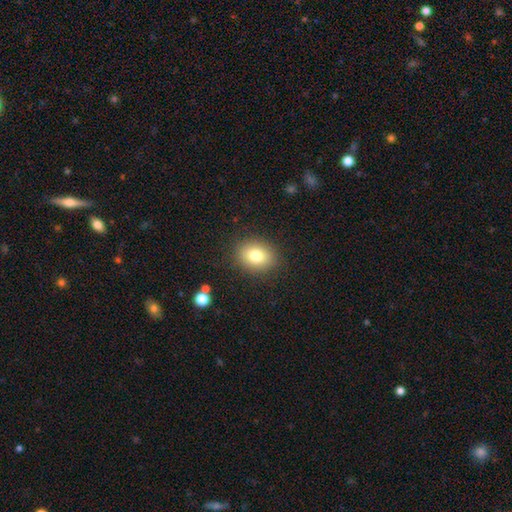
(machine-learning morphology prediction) smooth 79%, star or artifact 11%, featured or disk 10%. Down the decision tree: how rounded — round (50%); merging — none (88%).